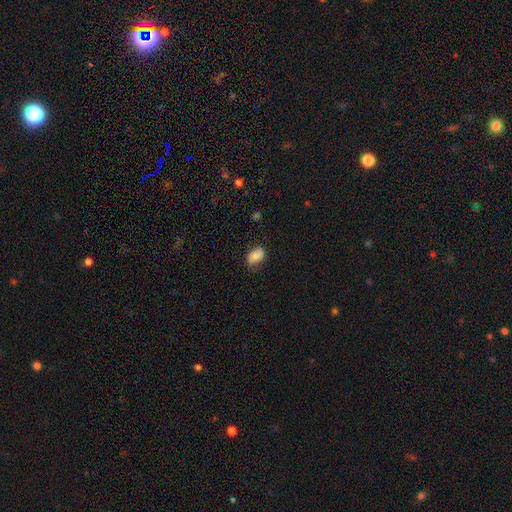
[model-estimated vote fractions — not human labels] Smooth or featured? Predicted: smooth (p=0.82). How rounded? Predicted: in between (p=0.85). Merging? Predicted: none (p=0.62).